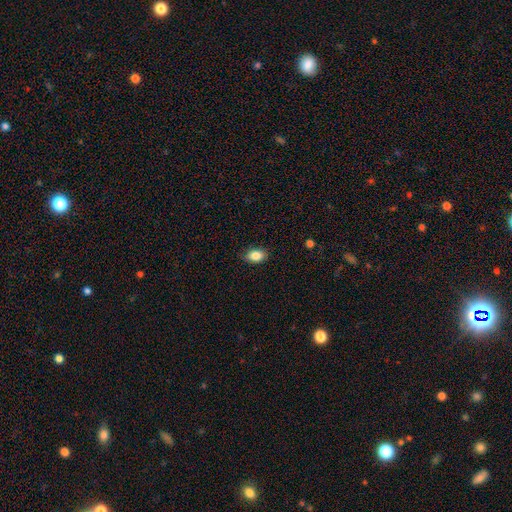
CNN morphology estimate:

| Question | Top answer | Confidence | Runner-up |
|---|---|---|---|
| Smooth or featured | smooth | 86% | star or artifact (8%) |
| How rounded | in between | 84% | round (14%) |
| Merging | none | 85% | minor disturbance (12%) |